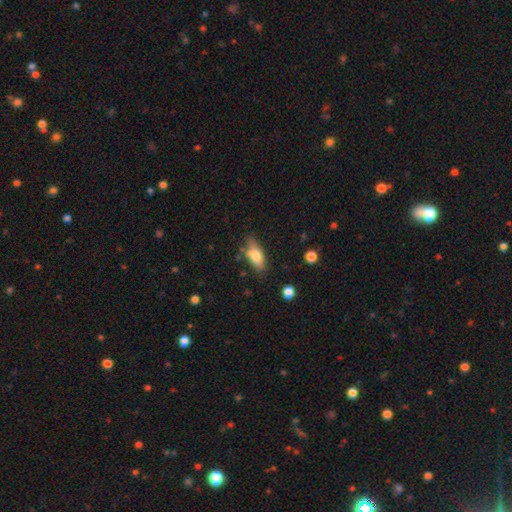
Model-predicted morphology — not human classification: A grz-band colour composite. It shows a smooth galaxy with no disk features (76%) that is in between round and cigar-shaped (81%). Merging: none (64%).